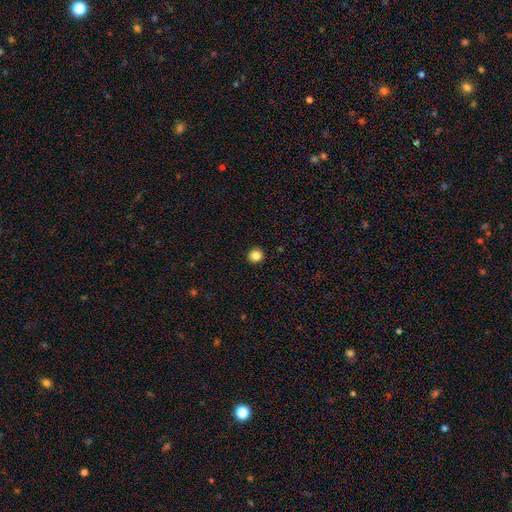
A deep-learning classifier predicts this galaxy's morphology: Smooth or featured? Predicted: smooth (p=0.85). How rounded? Predicted: round (p=0.93). Merging? Predicted: none (p=0.94).